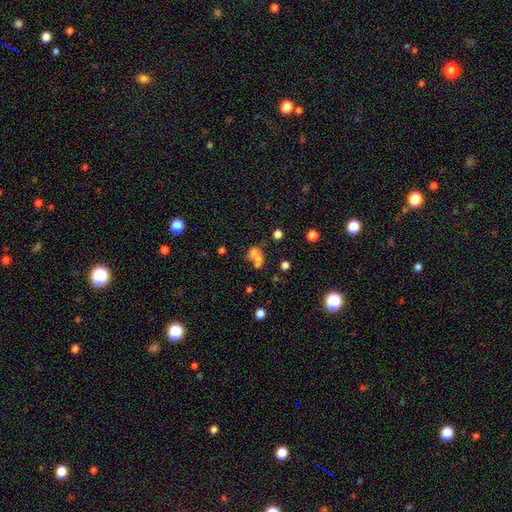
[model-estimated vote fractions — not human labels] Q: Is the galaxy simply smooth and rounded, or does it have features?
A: smooth — 61%.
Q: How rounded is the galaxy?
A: round — 56%.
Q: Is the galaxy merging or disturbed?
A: merger — 58%.